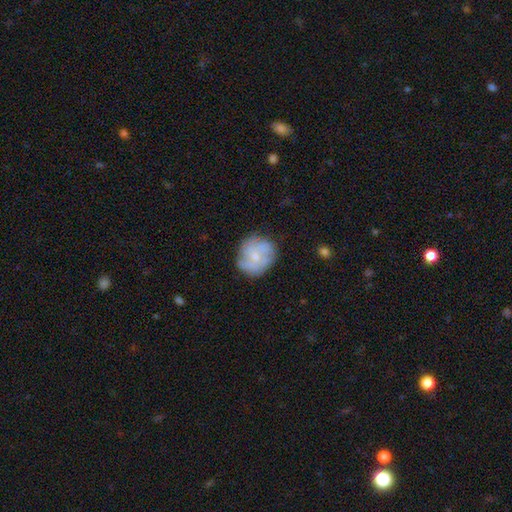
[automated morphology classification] Overall: featured or disk (47%; smooth 45%). Merging: none (71%).